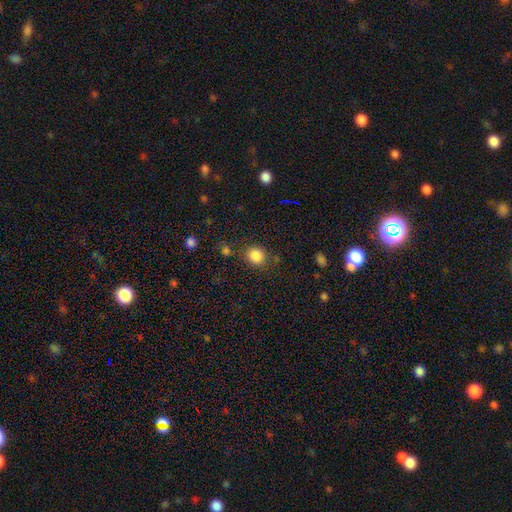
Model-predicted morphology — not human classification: This appears to be a smooth galaxy with no disk features (85%) that is round (84%). Merging: none (80%).